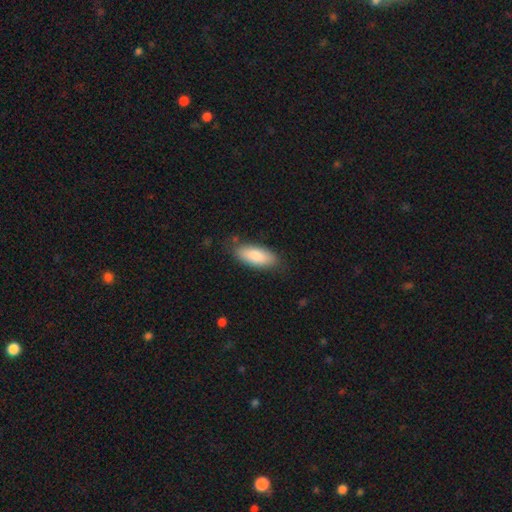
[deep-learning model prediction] A smooth galaxy with no disk features (85%) that is in between round and cigar-shaped (81%).

Vote fractions:
- Smooth or featured? smooth: 85% / featured or disk: 9% / star or artifact: 6%
- How rounded? in between: 81% / cigar-shaped: 18% / round: 2%
- Merging? none: 79% / minor disturbance: 16% / major disturbance: 3% / merger: 2%